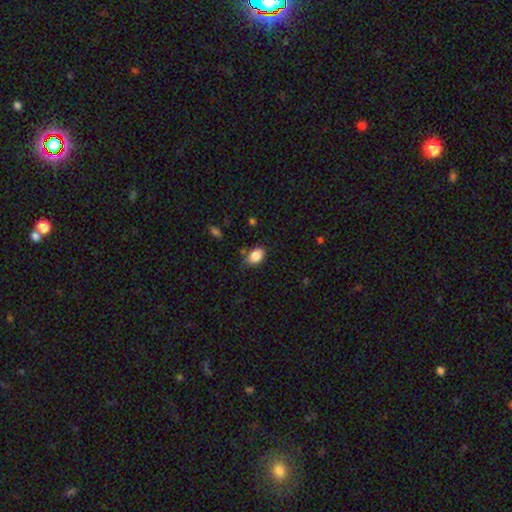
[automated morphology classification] Smooth or featured? smooth (87%)
How rounded? in between (83%)
Merging? none (68%)